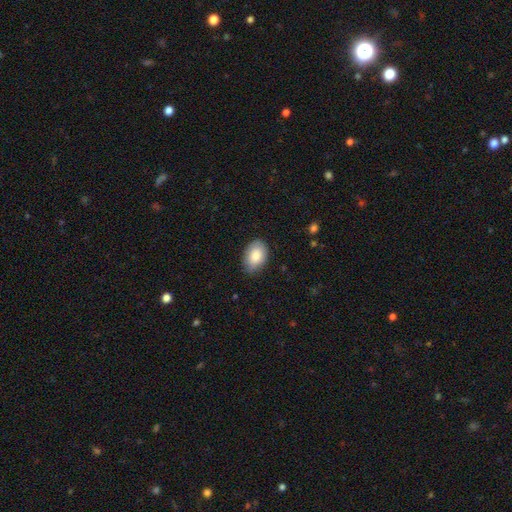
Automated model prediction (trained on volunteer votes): Overall: smooth (85%). How rounded: in between (89%). Merging: none (79%).